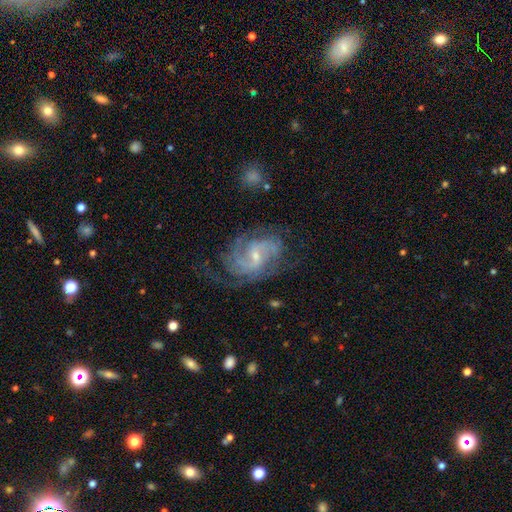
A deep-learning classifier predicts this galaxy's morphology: Smooth or featured: featured or disk — 88% (smooth — 6%)
Edge-on disk: no — 97% (yes — 3%)
Bar: weak — 49% (no — 37%)
Spiral arms: yes — 97% (no — 3%)
Spiral winding: medium — 44% (tight — 43%)
Spiral arm count: 2 — 38% (can't tell — 22%)
Bulge size: small — 67% (moderate — 29%)
Merging: none — 64% (minor disturbance — 20%)